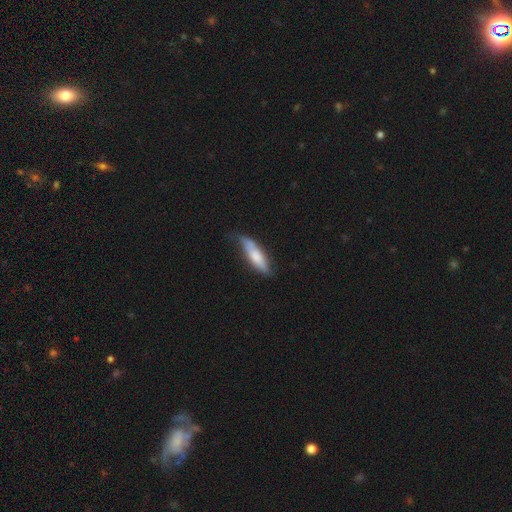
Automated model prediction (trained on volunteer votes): Overall: smooth (68%). How rounded: cigar-shaped (66%; in between 33%). Merging: none (55%; minor disturbance 34%).